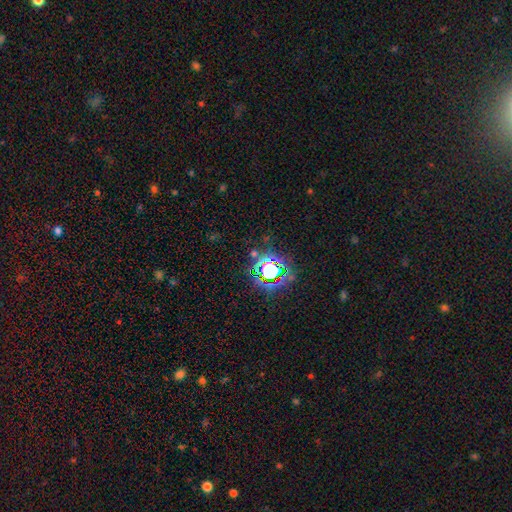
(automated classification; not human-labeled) smooth_or_featured: star or artifact (p=0.76) [alt: smooth p=0.15]